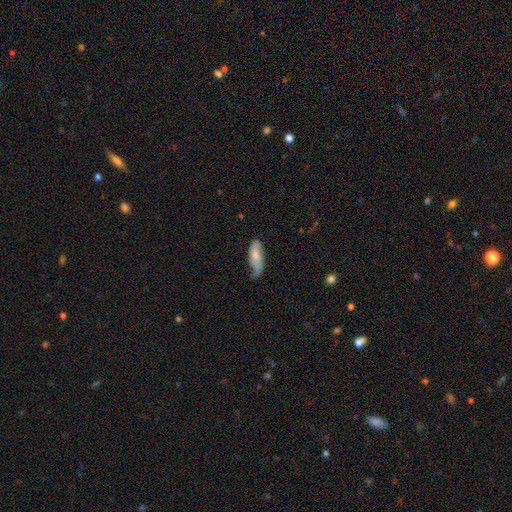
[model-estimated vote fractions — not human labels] Smooth or featured? smooth (65%)
How rounded? in between (68%)
Merging? none (41%, tied with minor disturbance)